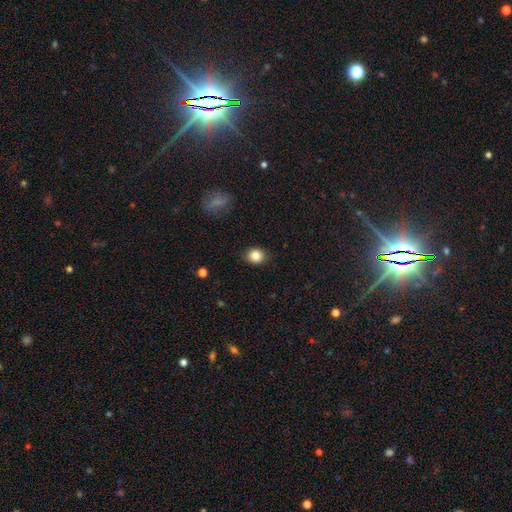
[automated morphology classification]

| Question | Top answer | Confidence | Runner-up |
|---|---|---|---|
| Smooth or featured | smooth | 83% | star or artifact (10%) |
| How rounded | round | 61% | in between (38%) |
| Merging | none | 86% | minor disturbance (10%) |